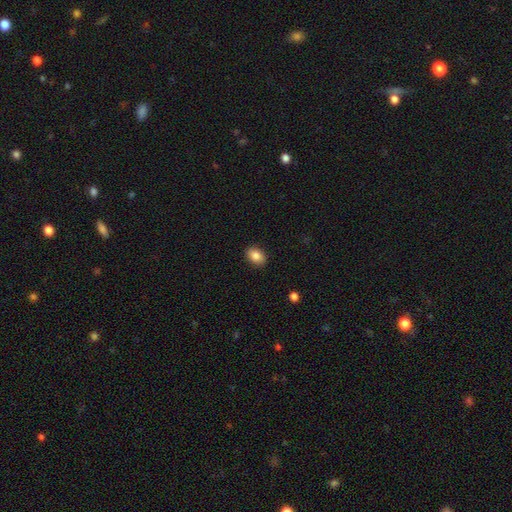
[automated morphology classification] The model was most divided on "how rounded": in between: 78%, round: 21%, cigar-shaped: 1%. More confident: merging — none (89%); smooth or featured — smooth (85%).